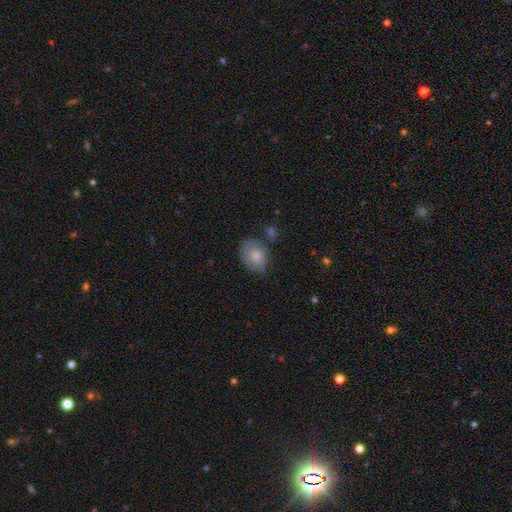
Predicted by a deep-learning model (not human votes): The model was most divided on "merging": none: 55%, minor disturbance: 28%, major disturbance: 9%, merger: 8%. More confident: smooth or featured — smooth (71%); how rounded — in between (69%).